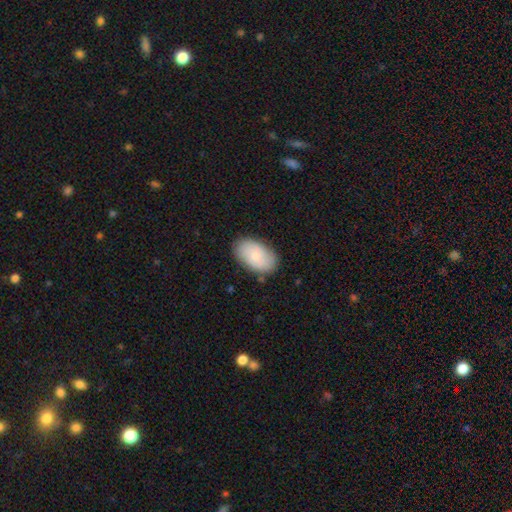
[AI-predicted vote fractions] smooth-or-featured: smooth: 78% | featured or disk: 16% | star or artifact: 6%
  how-rounded: in between: 94% | round: 4% | cigar-shaped: 1%
  merging: none: 82% | minor disturbance: 14% | major disturbance: 3% | merger: 2%